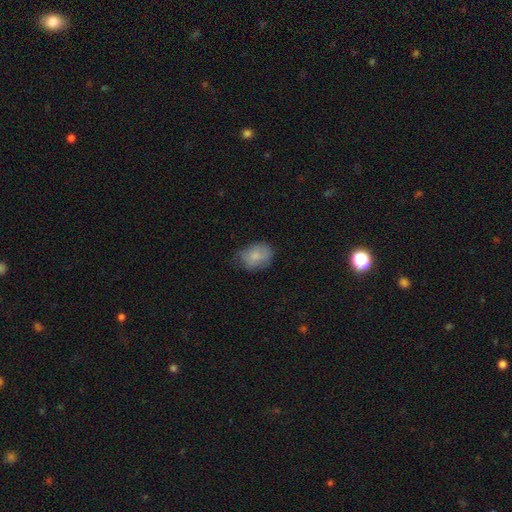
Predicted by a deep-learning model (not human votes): smooth_or_featured: smooth (p=0.76) [alt: featured or disk p=0.16]
how_rounded: in between (p=0.66) [alt: round p=0.33]
merging: none (p=0.53) [alt: minor disturbance p=0.35]